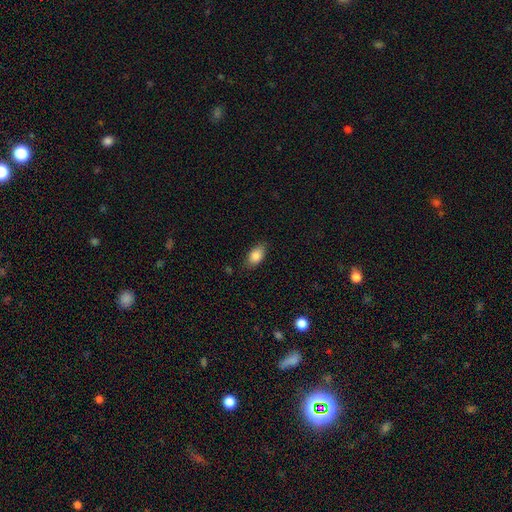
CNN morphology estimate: smooth-or-featured: smooth: 85% | star or artifact: 8% | featured or disk: 7%
  how-rounded: in between: 90% | round: 6% | cigar-shaped: 4%
  merging: none: 80% | minor disturbance: 16% | major disturbance: 3% | merger: 1%